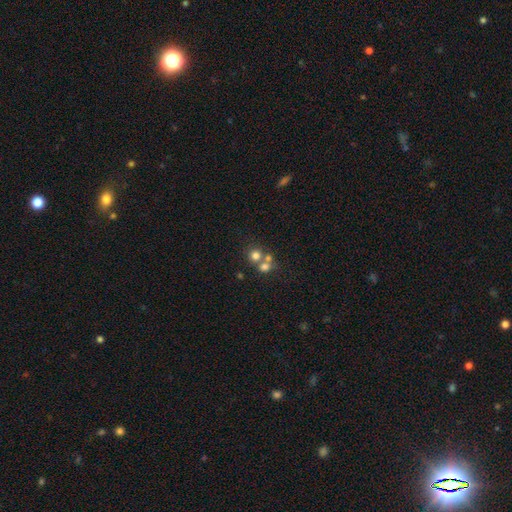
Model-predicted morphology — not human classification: type=smooth (70%); roundness=round (86%); merging=merger (48%).